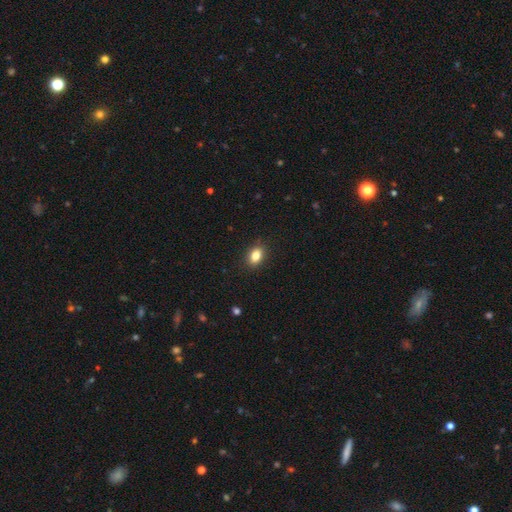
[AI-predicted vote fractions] smooth_or_featured: smooth (p=0.84) [alt: star or artifact p=0.09]
how_rounded: in between (p=0.81) [alt: round p=0.17]
merging: none (p=0.87) [alt: minor disturbance p=0.09]